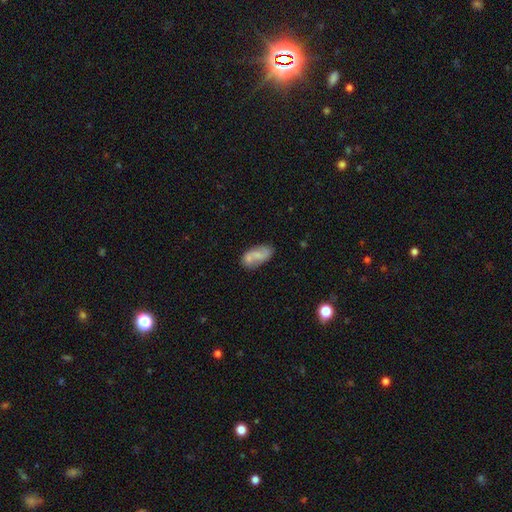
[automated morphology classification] This is possibly a smooth galaxy (56%). How rounded: clearly in between (88%). Merging: possibly none (53%).